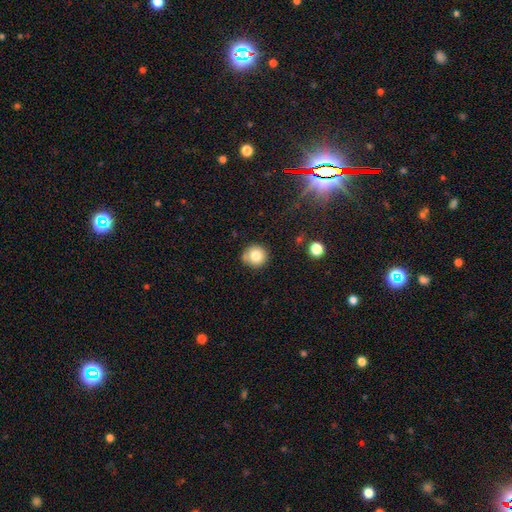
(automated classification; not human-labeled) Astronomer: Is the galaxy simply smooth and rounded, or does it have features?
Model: smooth — 80%.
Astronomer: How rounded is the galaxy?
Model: round — 93%.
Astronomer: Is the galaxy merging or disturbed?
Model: none — 80%.